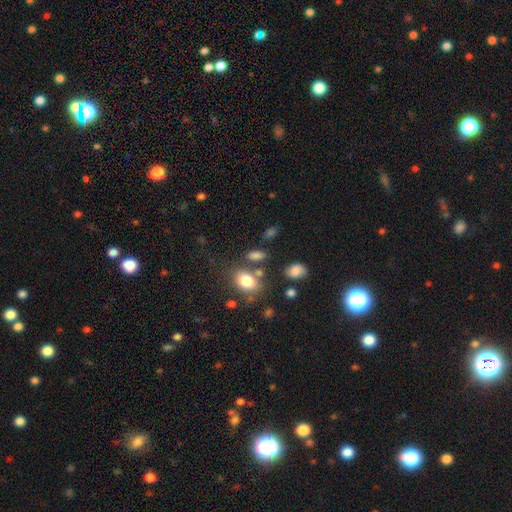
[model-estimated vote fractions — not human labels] This appears to be a smooth galaxy with no disk features (79%) that is in between round and cigar-shaped (81%). Merging: none (61%).